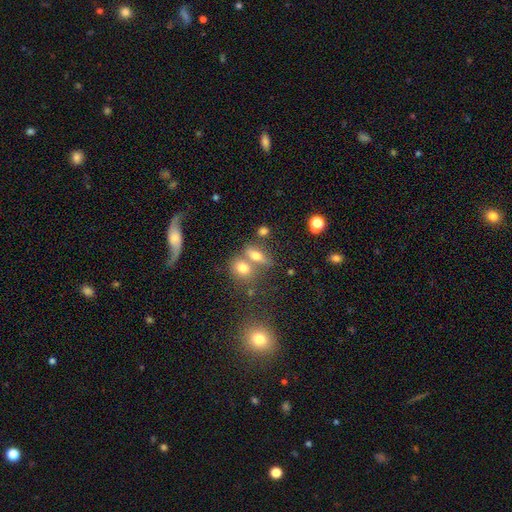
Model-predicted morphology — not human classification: Overall: smooth (59%; featured or disk 27%). How rounded: in between (57%; cigar-shaped 26%). Merging: none (49%; merger 37%).